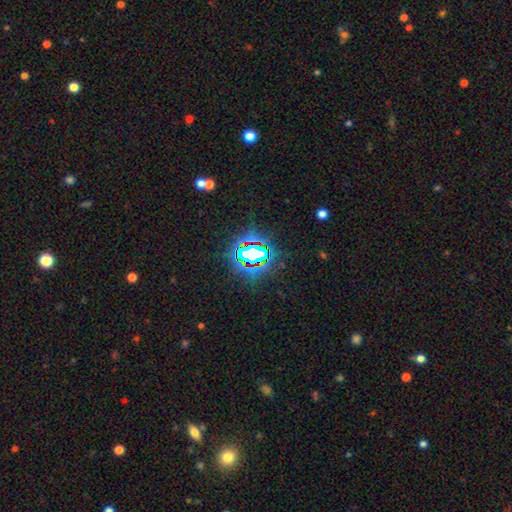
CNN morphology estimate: Smooth or featured? star or artifact (74%)